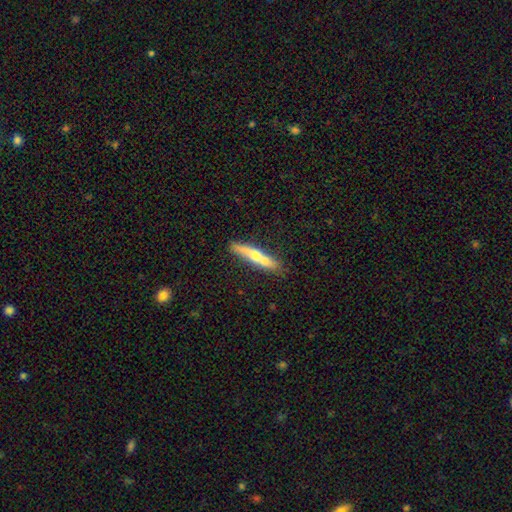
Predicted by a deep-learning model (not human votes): This appears to be a smooth galaxy with no disk features (49%). Merging: none (69%).